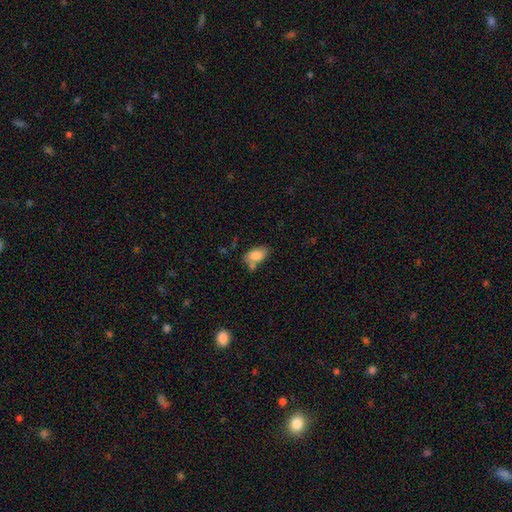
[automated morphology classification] A smooth galaxy with no disk features (80%) that is in between round and cigar-shaped (91%).

Vote fractions:
- Smooth or featured? smooth: 80% / featured or disk: 12% / star or artifact: 7%
- How rounded? in between: 91% / round: 8% / cigar-shaped: 2%
- Merging? none: 49% / merger: 23% / minor disturbance: 21% / major disturbance: 7%